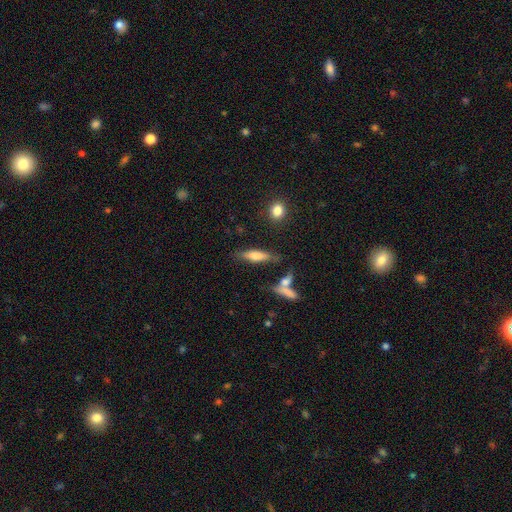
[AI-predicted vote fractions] smooth-or-featured: smooth: 64% | featured or disk: 27% | star or artifact: 9%
  how-rounded: cigar-shaped: 67% | in between: 31% | round: 2%
  merging: none: 68% | minor disturbance: 17% | merger: 9% | major disturbance: 6%